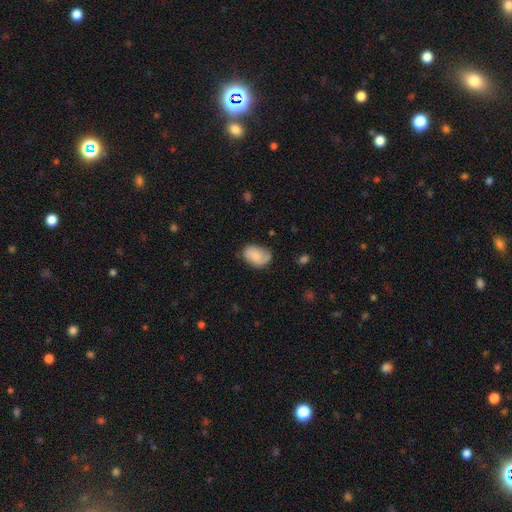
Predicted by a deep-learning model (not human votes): Morphology: type=smooth (65%); roundness=in between (82%); merging=none (61%).